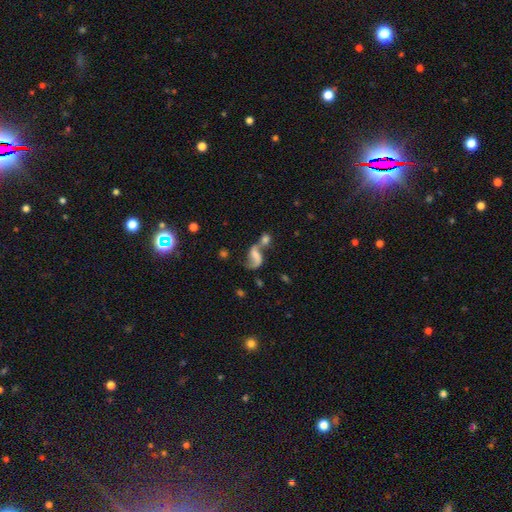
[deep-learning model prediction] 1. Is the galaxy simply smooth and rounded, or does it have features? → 66% featured or disk, 23% smooth, 10% star or artifact.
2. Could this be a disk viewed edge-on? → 96% no, 4% yes.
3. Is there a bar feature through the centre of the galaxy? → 40% no, 38% weak, 22% strong.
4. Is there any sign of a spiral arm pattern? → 86% yes, 14% no.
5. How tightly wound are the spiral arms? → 77% loose, 18% medium, 5% tight.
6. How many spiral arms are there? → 80% 2, 14% 1, 3% can't tell, 1% 3, 1% 4, 1% more than 4.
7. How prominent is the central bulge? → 46% none, 25% small, 18% moderate, 8% large, 3% dominant.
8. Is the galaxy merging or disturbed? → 50% merger, 27% none, 12% major disturbance, 11% minor disturbance.